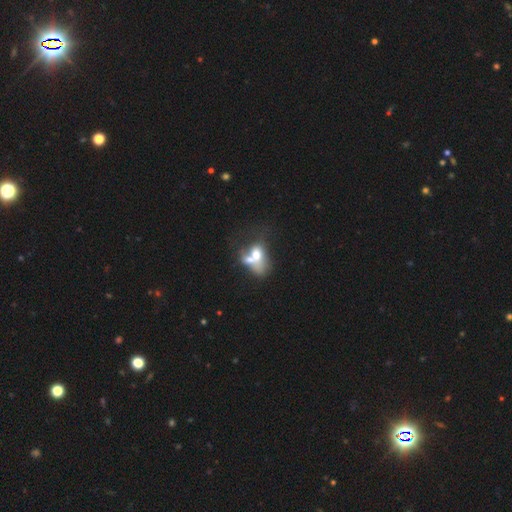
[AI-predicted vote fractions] Overall: smooth (57%; featured or disk 33%). How rounded: in between (71%). Merging: merger (66%).